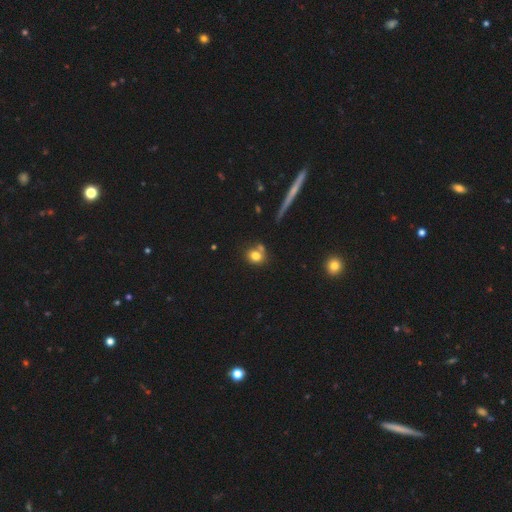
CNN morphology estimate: Q: Smooth or featured?
A: smooth (77%); runner-up: star or artifact (12%)
Q: How rounded?
A: round (67%); runner-up: in between (31%)
Q: Merging?
A: none (60%); runner-up: merger (23%)